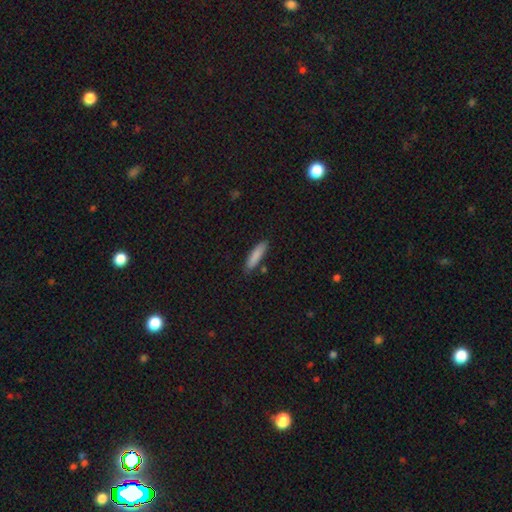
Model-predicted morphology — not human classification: smooth-or-featured: smooth: 86% | featured or disk: 8% | star or artifact: 6%
  how-rounded: cigar-shaped: 75% | in between: 24% | round: 1%
  merging: none: 83% | minor disturbance: 11% | merger: 3% | major disturbance: 2%